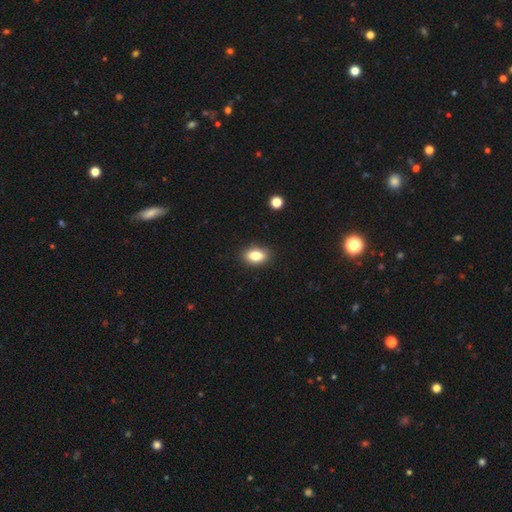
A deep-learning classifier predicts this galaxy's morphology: The model was most divided on "smooth or featured": smooth: 81%, featured or disk: 10%, star or artifact: 9%. More confident: merging — none (88%); how rounded — in between (85%).